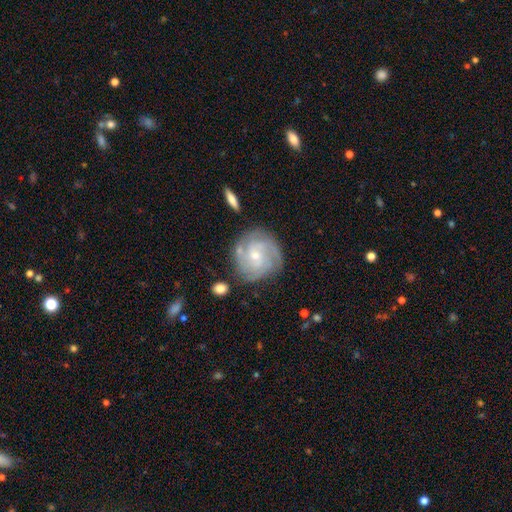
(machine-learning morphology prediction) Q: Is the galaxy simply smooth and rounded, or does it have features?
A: featured or disk — 80%.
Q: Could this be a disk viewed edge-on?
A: no — 97%.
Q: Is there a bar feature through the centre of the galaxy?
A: no — 63%.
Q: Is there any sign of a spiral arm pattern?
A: yes — 95%.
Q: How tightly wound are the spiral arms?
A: tight — 63%.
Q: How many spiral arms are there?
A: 3 — 32%.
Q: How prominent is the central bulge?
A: small — 62%.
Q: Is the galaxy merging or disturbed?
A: none — 74%.